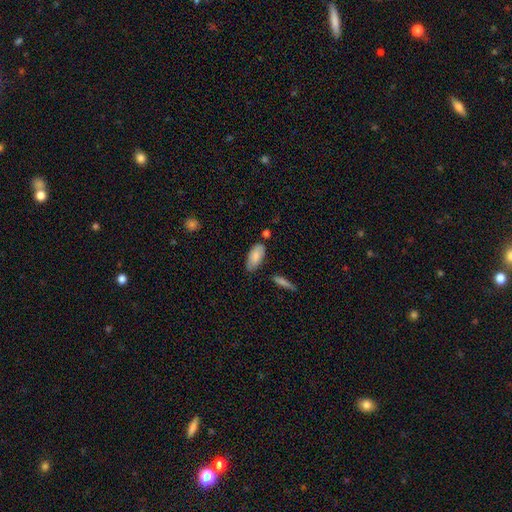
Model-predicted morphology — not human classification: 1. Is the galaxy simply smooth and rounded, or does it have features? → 83% smooth, 11% featured or disk, 6% star or artifact.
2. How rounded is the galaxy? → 90% in between, 9% cigar-shaped, 2% round.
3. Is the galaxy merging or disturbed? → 72% none, 20% minor disturbance, 5% merger, 4% major disturbance.